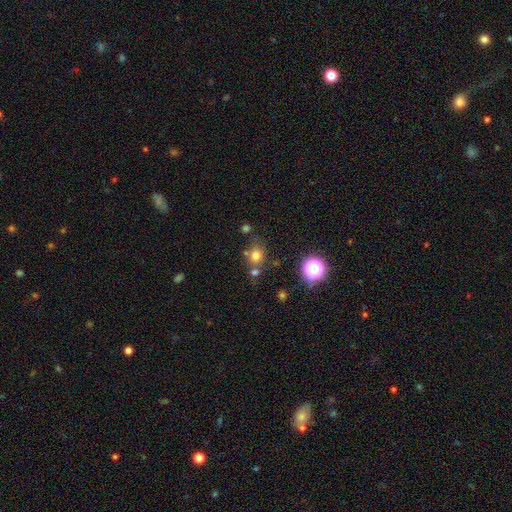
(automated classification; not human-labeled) Smooth or featured? smooth (73%)
How rounded? round (74%)
Merging? none (67%)